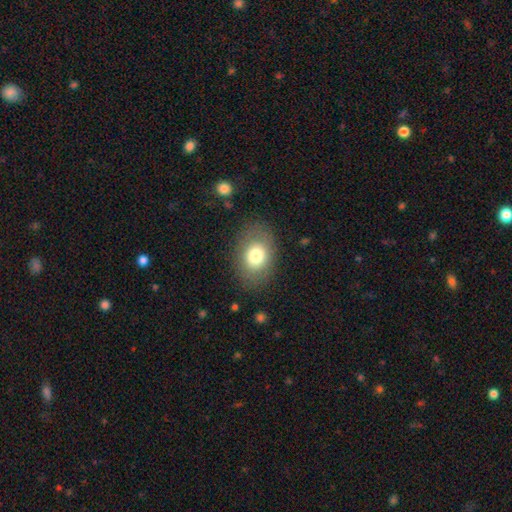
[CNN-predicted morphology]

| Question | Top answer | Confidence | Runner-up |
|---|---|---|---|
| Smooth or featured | smooth | 75% | featured or disk (16%) |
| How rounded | in between | 72% | round (27%) |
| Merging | none | 82% | minor disturbance (12%) |